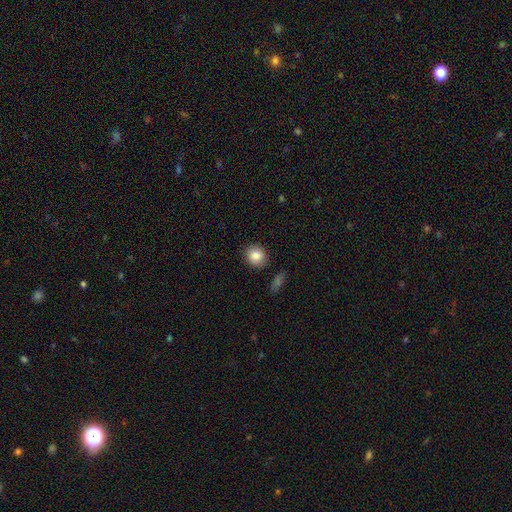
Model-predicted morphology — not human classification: type=smooth (86%); roundness=round (77%); merging=none (87%).